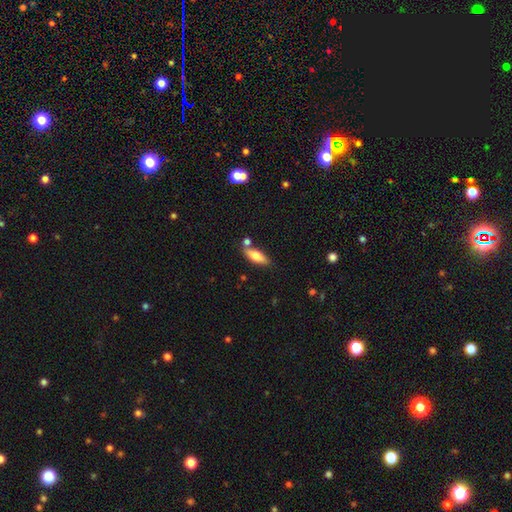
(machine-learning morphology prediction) smooth-or-featured: smooth: 72% | featured or disk: 21% | star or artifact: 7%
  how-rounded: in between: 62% | cigar-shaped: 36% | round: 2%
  merging: none: 68% | minor disturbance: 15% | merger: 13% | major disturbance: 3%